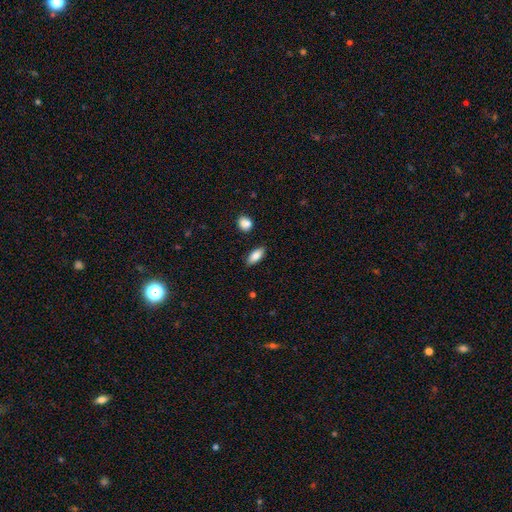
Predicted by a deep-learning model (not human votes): Overall: smooth (83%). How rounded: in between (83%). Merging: none (86%).